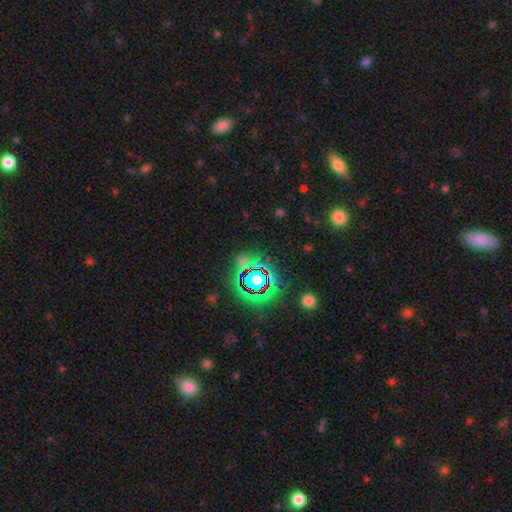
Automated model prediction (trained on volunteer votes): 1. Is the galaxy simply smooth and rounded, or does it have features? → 76% star or artifact, 15% smooth, 9% featured or disk.